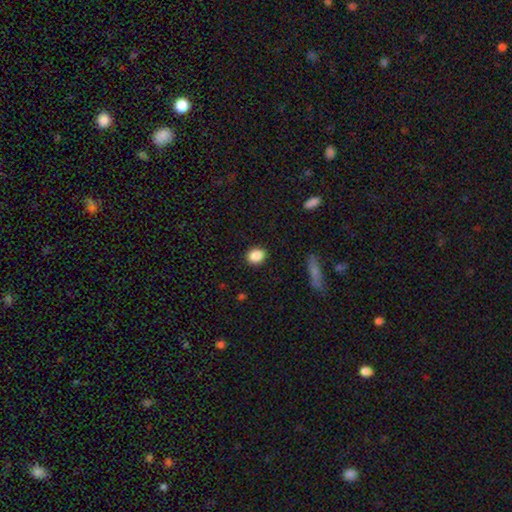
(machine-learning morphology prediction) Overall: smooth (88%). How rounded: round (58%; in between 40%). Merging: none (89%).